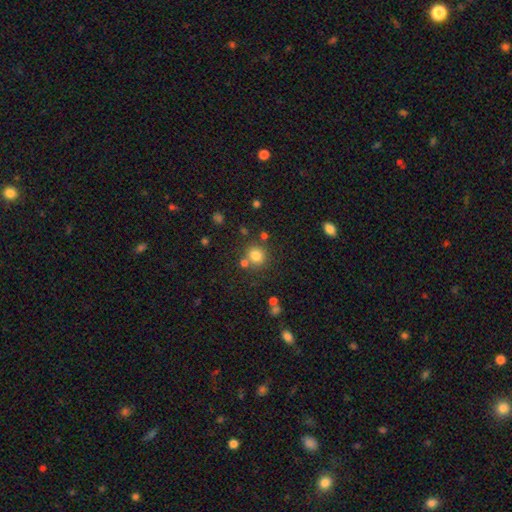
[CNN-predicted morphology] Overall: smooth (79%). How rounded: round (87%). Merging: none (72%).